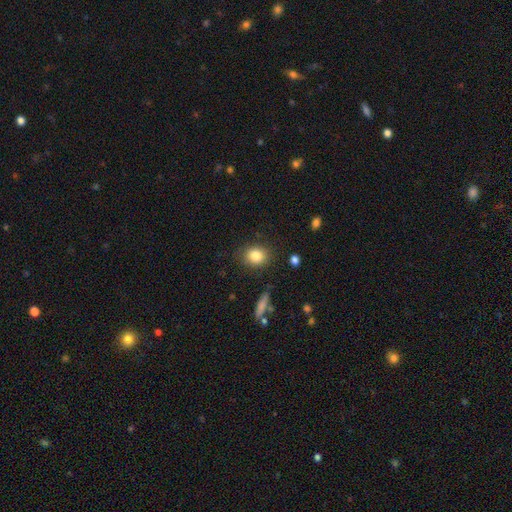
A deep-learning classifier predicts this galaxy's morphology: smooth_or_featured: smooth (p=0.84) [alt: star or artifact p=0.09]
how_rounded: round (p=0.58) [alt: in between p=0.40]
merging: none (p=0.85) [alt: minor disturbance p=0.10]